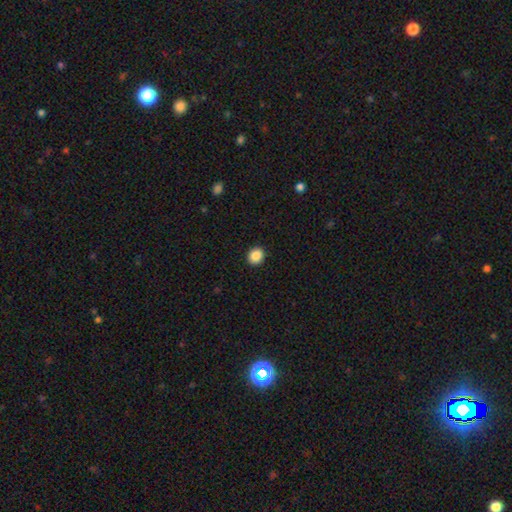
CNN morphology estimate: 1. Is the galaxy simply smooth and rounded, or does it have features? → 89% smooth, 9% star or artifact, 3% featured or disk.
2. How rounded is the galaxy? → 77% round, 22% in between, 1% cigar-shaped.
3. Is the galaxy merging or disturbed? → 92% none, 5% minor disturbance, 2% major disturbance, 1% merger.